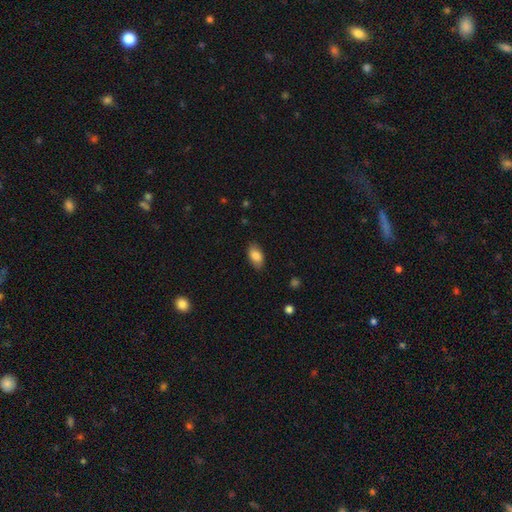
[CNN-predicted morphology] Smooth or featured?
  - smooth: 86% *
  - star or artifact: 7%
  - featured or disk: 7%
How rounded?
  - in between: 92% *
  - round: 5%
  - cigar-shaped: 3%
Merging?
  - none: 83% *
  - minor disturbance: 13%
  - major disturbance: 3%
  - merger: 1%